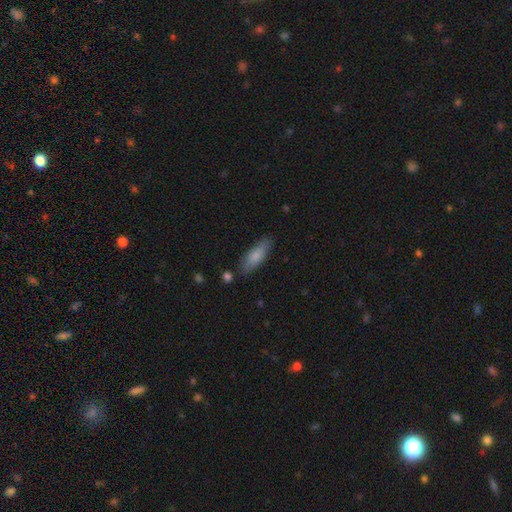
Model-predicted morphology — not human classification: A smooth galaxy with no disk features (80%) that is in between round and cigar-shaped (55%). Merging: none (81%).